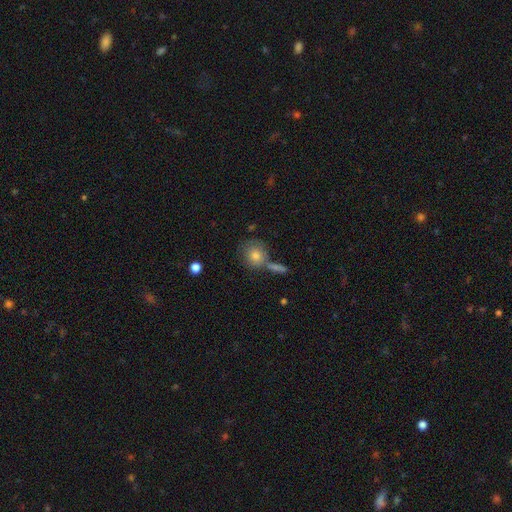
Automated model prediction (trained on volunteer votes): Morphology: type=smooth (75%); roundness=round (85%); merging=none (61%).